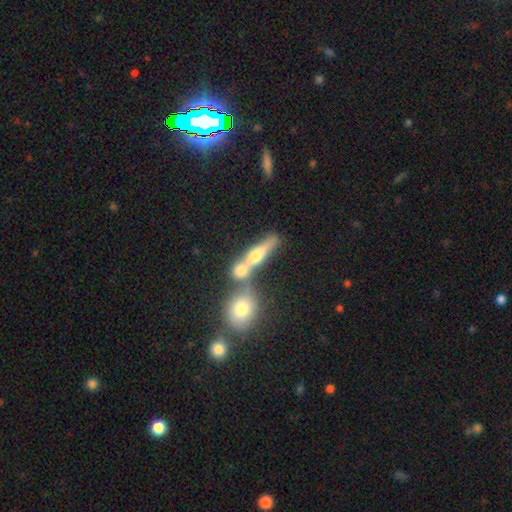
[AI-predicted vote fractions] Smooth or featured? smooth (54%)
How rounded? cigar-shaped (48%)
Merging? merger (47%)